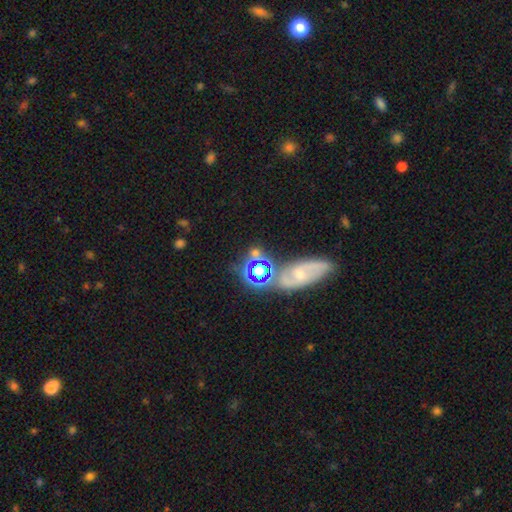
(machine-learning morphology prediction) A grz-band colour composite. It shows a star or artifact, not a galaxy (40%).